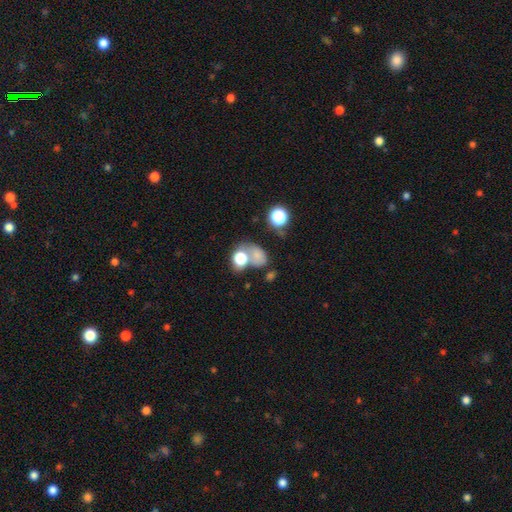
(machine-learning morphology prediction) smooth-or-featured: smooth: 69% | star or artifact: 17% | featured or disk: 14%
  how-rounded: in between: 56% | round: 43% | cigar-shaped: 1%
  merging: merger: 41% | none: 32% | major disturbance: 14% | minor disturbance: 13%